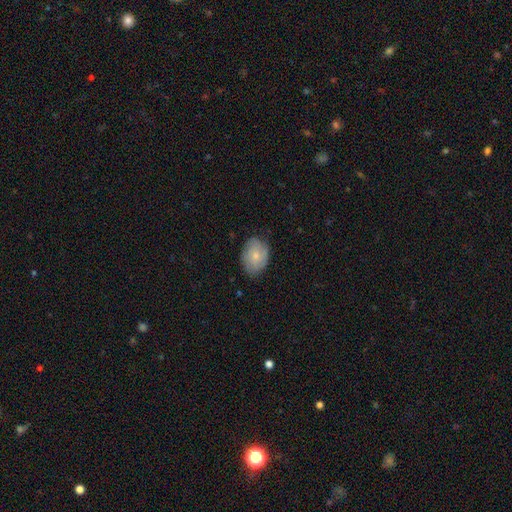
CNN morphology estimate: type=smooth (64%); roundness=in between (77%); merging=none (75%).